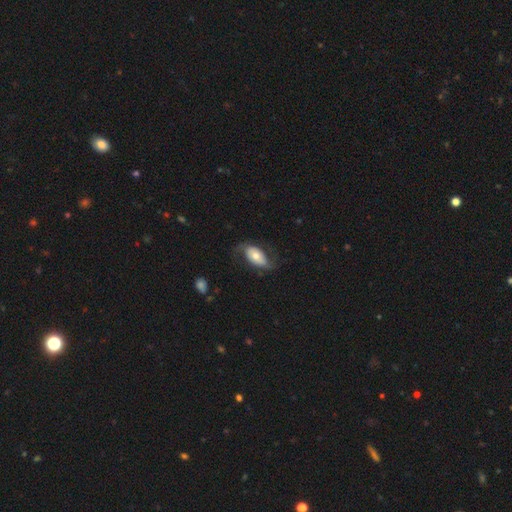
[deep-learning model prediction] This is possibly a featured or disk galaxy (56%). It is clearly not viewed edge-on (91%). Bar: likely no (62%). Spiral arm pattern: likely yes (79%). Central bulge: possibly moderate (56%). Merging: likely none (60%).